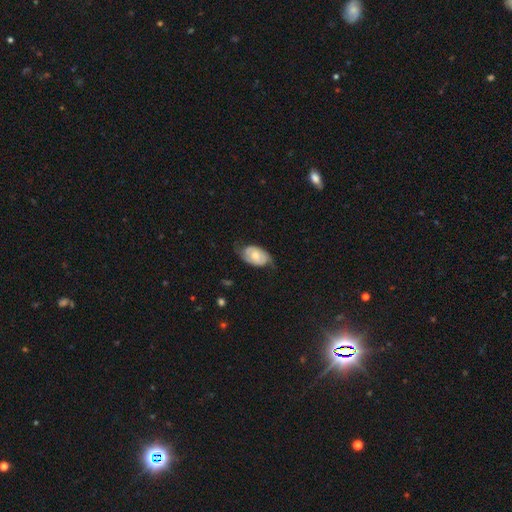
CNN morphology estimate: Overall: featured or disk (53%; smooth 40%). Edge-on disk: no (93%). Merging: none (56%; minor disturbance 29%).